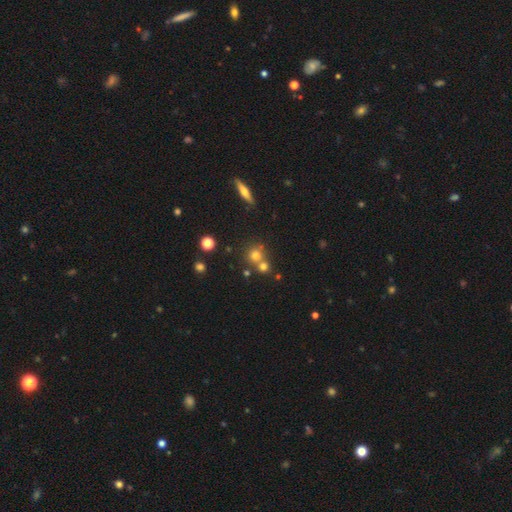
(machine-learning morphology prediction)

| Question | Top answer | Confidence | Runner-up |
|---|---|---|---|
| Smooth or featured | smooth | 69% | star or artifact (18%) |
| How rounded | round | 90% | in between (9%) |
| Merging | none | 55% | merger (36%) |